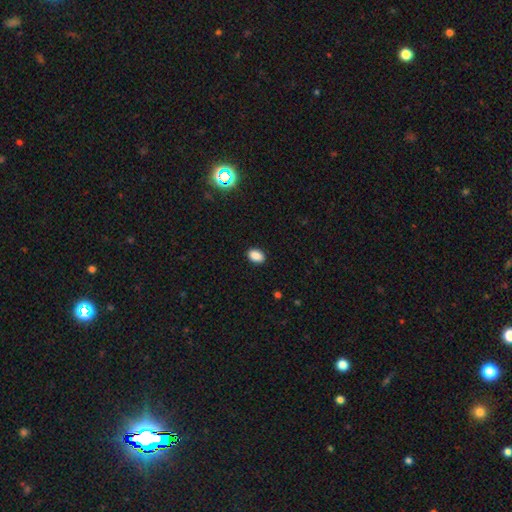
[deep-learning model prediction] Q: Smooth or featured?
A: smooth (88%); runner-up: star or artifact (9%)
Q: How rounded?
A: in between (86%); runner-up: round (12%)
Q: Merging?
A: none (90%); runner-up: minor disturbance (7%)